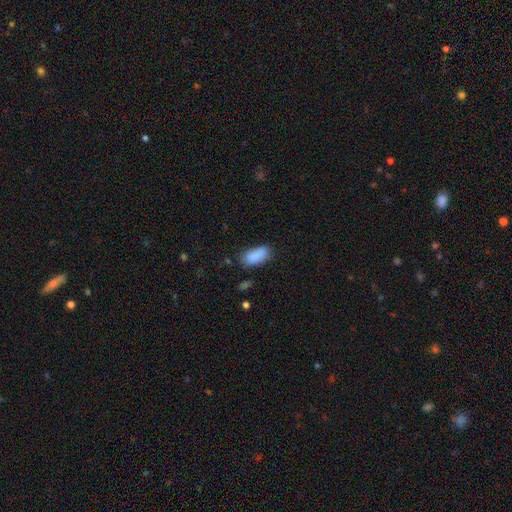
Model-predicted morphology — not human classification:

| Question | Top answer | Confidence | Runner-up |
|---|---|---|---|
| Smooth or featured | smooth | 89% | star or artifact (7%) |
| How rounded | in between | 90% | cigar-shaped (7%) |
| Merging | none | 73% | minor disturbance (20%) |